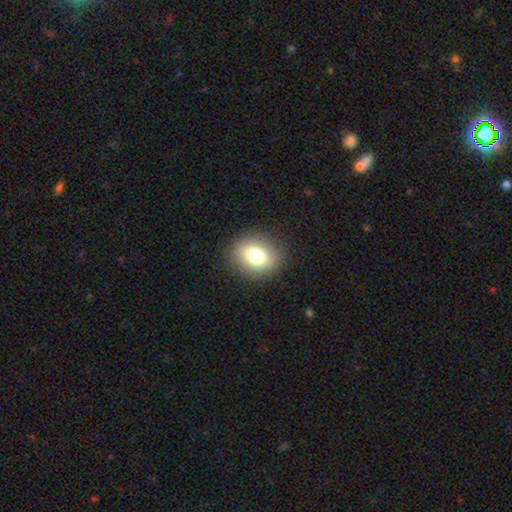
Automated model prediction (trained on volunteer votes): This appears to be a smooth galaxy with no disk features (78%) that is in between round and cigar-shaped (52%). Merging: none (88%).